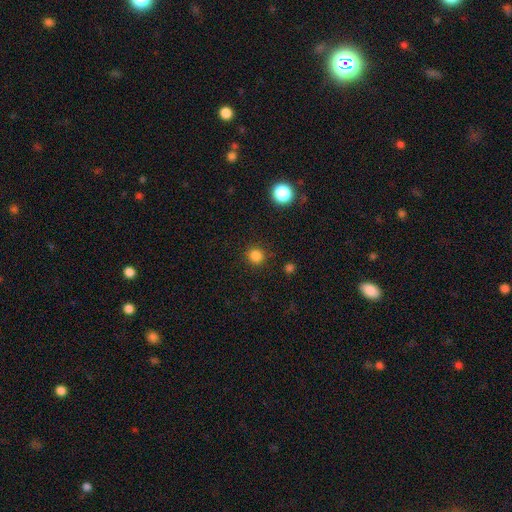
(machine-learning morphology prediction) A smooth galaxy with no disk features (83%) that is round (93%).

Vote fractions:
- Smooth or featured? smooth: 83% / star or artifact: 14% / featured or disk: 3%
- How rounded? round: 93% / in between: 6% / cigar-shaped: 1%
- Merging? none: 90% / minor disturbance: 6% / major disturbance: 2% / merger: 2%